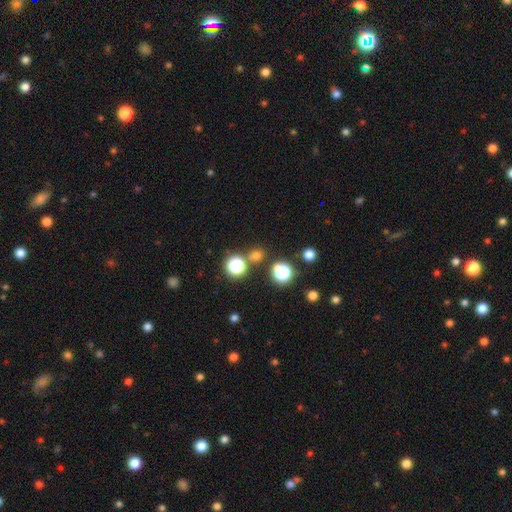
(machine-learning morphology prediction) Q: Smooth or featured?
A: smooth (62%); runner-up: star or artifact (33%)
Q: How rounded?
A: round (81%); runner-up: in between (18%)
Q: Merging?
A: none (76%); runner-up: merger (12%)